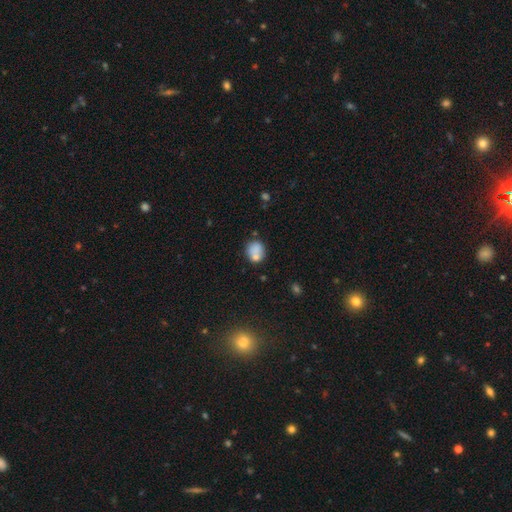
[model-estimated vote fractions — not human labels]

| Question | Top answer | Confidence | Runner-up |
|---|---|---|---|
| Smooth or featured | smooth | 78% | featured or disk (12%) |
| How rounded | round | 66% | in between (33%) |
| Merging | none | 55% | merger (23%) |